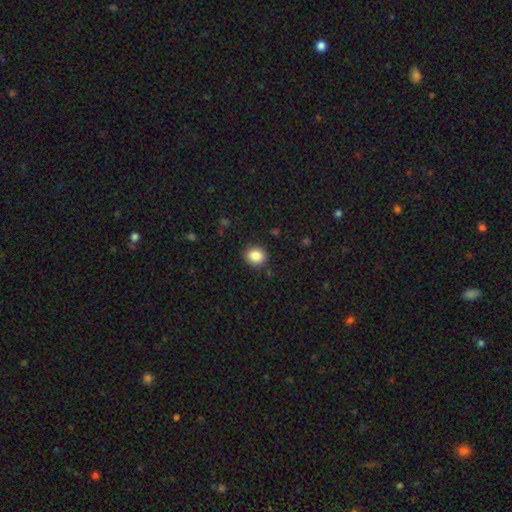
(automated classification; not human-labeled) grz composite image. It shows a smooth galaxy with no disk features (86%) that is round (74%). Merging: none (88%).